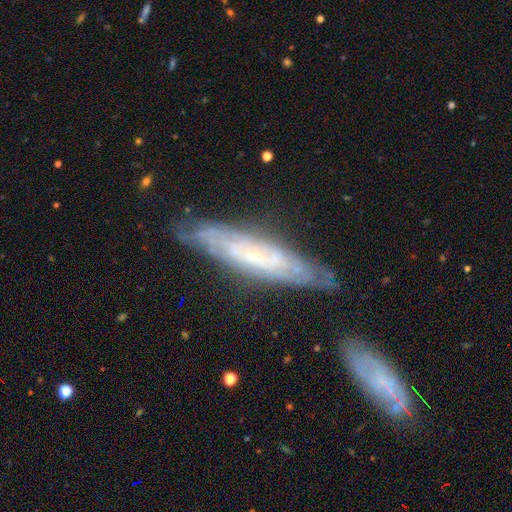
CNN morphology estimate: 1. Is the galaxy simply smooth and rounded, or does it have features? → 75% featured or disk, 18% smooth, 7% star or artifact.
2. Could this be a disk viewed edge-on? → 61% no, 39% yes.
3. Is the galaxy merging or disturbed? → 74% none, 17% minor disturbance, 5% major disturbance, 4% merger.